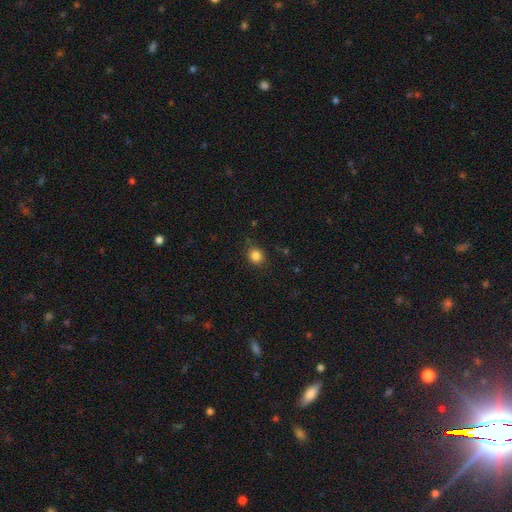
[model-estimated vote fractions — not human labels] Smooth or featured: smooth — 84% (star or artifact — 12%)
How rounded: round — 80% (in between — 19%)
Merging: none — 80% (minor disturbance — 15%)